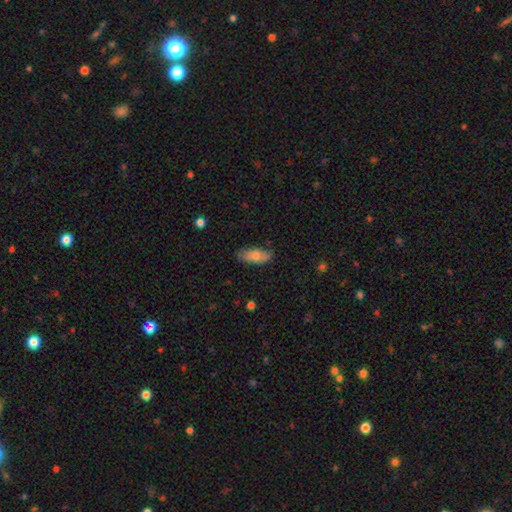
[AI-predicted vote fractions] Overall: smooth (75%). How rounded: in between (80%). Merging: none (76%).